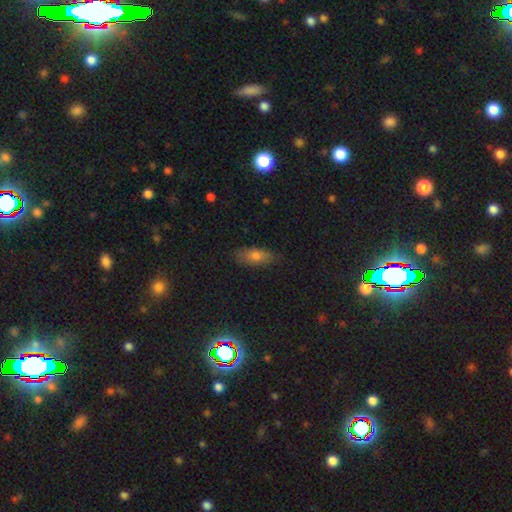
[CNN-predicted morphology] smooth 73%, featured or disk 16%, star or artifact 11%. Down the decision tree: how rounded — in between (78%); merging — none (81%).